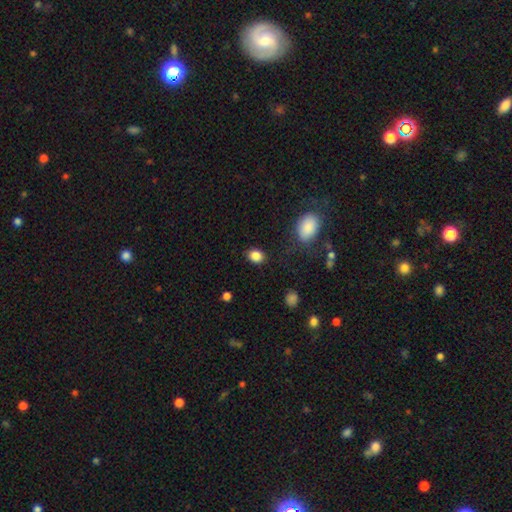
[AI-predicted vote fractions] Smooth or featured? Predicted: smooth (p=0.86). How rounded? Predicted: in between (p=0.53). Merging? Predicted: none (p=0.84).